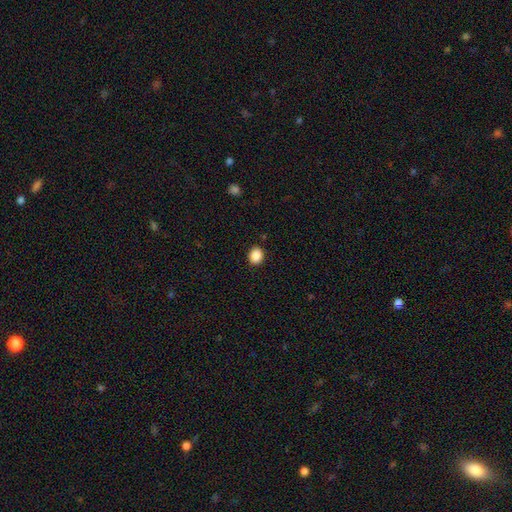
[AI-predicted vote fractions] Q: Smooth or featured?
A: smooth (88%); runner-up: star or artifact (9%)
Q: How rounded?
A: round (63%); runner-up: in between (36%)
Q: Merging?
A: none (90%); runner-up: minor disturbance (7%)